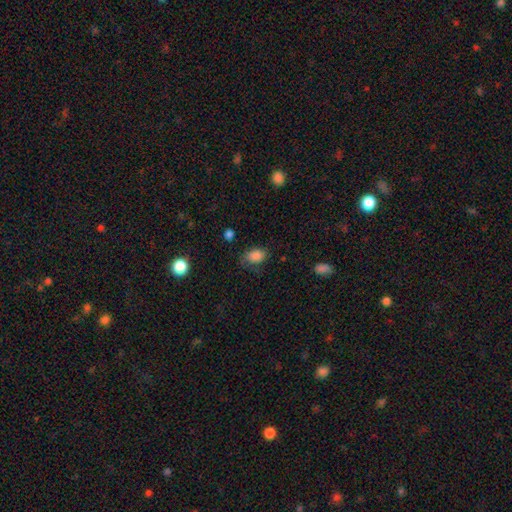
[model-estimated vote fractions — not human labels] Morphology: type=smooth (83%); roundness=in between (82%); merging=none (59%).